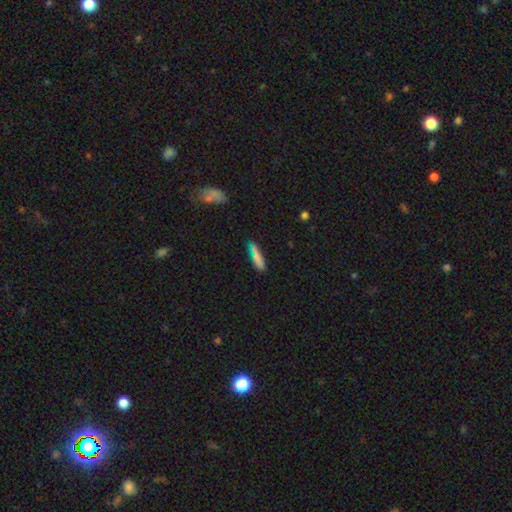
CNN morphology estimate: Smooth or featured?
  - smooth: 76% *
  - featured or disk: 13%
  - star or artifact: 11%
How rounded?
  - cigar-shaped: 73% *
  - in between: 25%
  - round: 3%
Merging?
  - none: 73% *
  - minor disturbance: 16%
  - merger: 7%
  - major disturbance: 4%